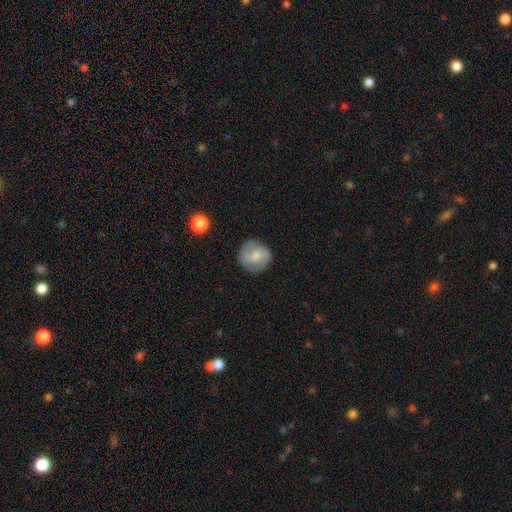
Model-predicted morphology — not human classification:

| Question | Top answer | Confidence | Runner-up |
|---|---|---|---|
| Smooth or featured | smooth | 51% | featured or disk (41%) |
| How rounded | round | 89% | in between (10%) |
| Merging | none | 80% | minor disturbance (14%) |